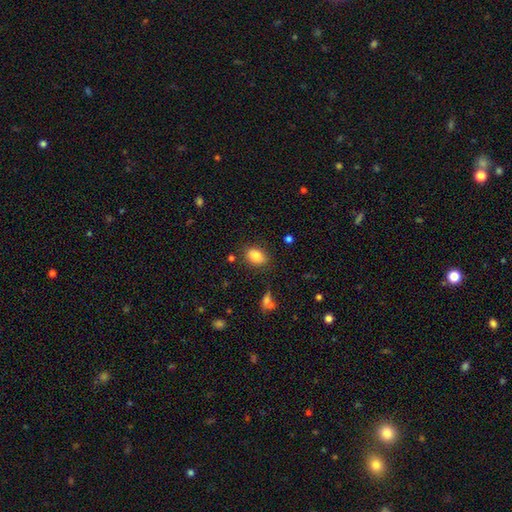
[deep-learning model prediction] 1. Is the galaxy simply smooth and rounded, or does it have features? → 84% smooth, 9% star or artifact, 7% featured or disk.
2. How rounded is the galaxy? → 79% in between, 20% round, 1% cigar-shaped.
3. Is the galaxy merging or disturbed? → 80% none, 13% minor disturbance, 3% major disturbance, 3% merger.